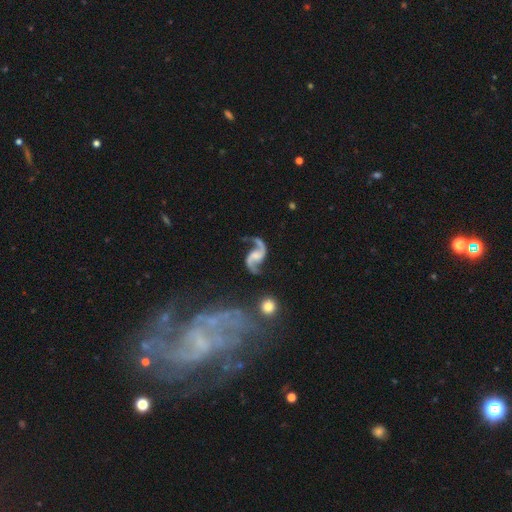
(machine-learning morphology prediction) This is clearly a featured or disk galaxy (92%). It is clearly not viewed edge-on (98%). Bar: possibly no (52%). Spiral arm pattern: clearly yes (98%). Spiral arm count: clearly 2 (94%). Spiral winding: likely loose (77%). Central bulge: marginally none (45%). Merging: likely none (72%).